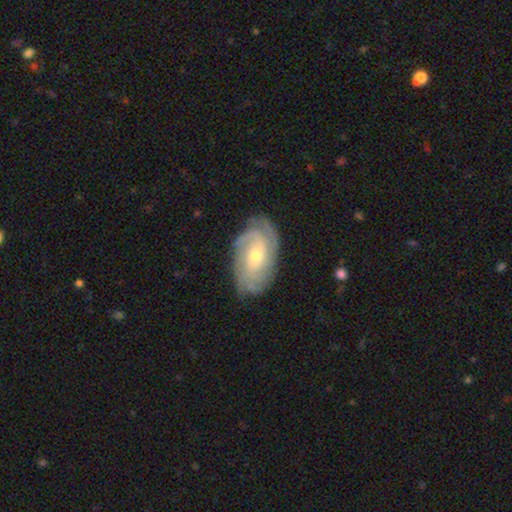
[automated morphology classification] A featured or disk galaxy (84%) with no bar (61%), 3 (29%) tight (65%) spiral arms (96%) and a small central bulge (51%). Merging: none (78%).